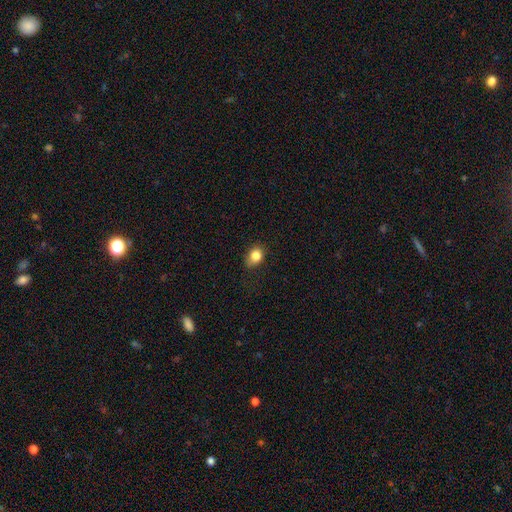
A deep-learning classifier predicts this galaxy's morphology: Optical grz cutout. It shows a smooth galaxy with no disk features (84%) that is in between round and cigar-shaped (53%). Merging: none (70%).